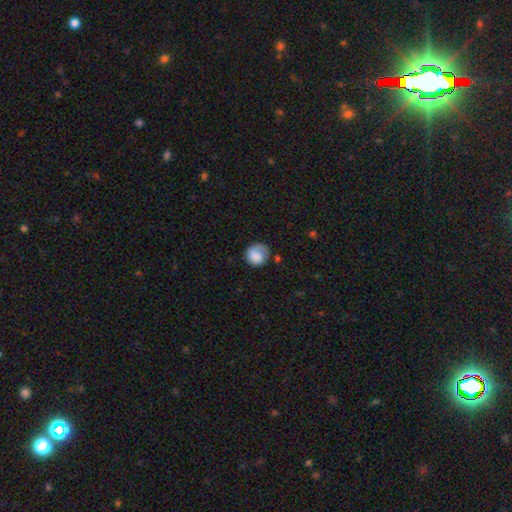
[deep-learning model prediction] smooth_or_featured: smooth (p=0.82) [alt: featured or disk p=0.11]
how_rounded: round (p=0.84) [alt: in between p=0.15]
merging: none (p=0.61) [alt: minor disturbance p=0.25]